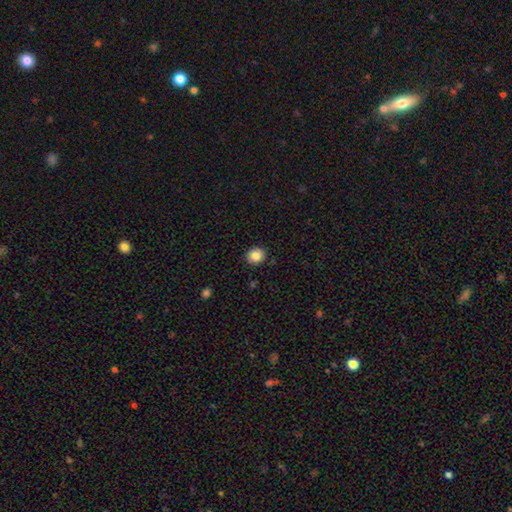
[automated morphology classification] This is clearly a smooth galaxy (85%). How rounded: likely round (72%). Merging: clearly none (89%).